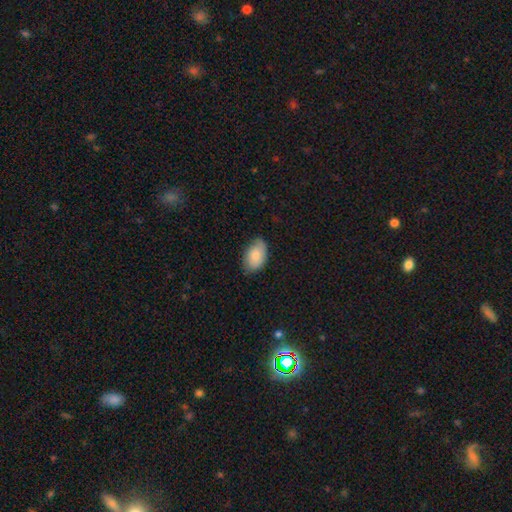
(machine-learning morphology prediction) Overall: smooth (78%). How rounded: in between (92%). Merging: none (74%).